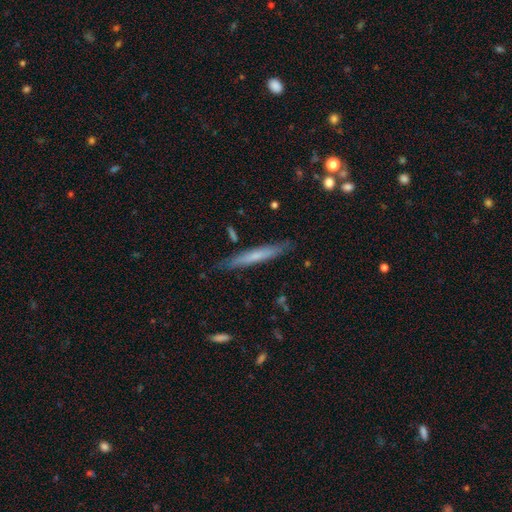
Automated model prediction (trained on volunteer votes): Q: Smooth or featured?
A: smooth (54%); runner-up: featured or disk (40%)
Q: How rounded?
A: cigar-shaped (95%); runner-up: in between (4%)
Q: Merging?
A: none (84%); runner-up: minor disturbance (12%)